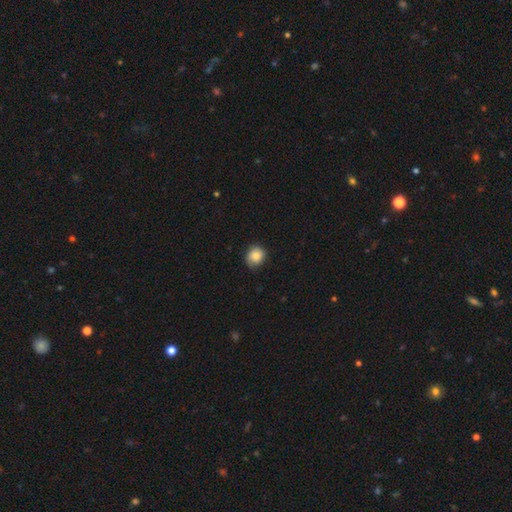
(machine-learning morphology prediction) The model was most divided on "how rounded": round: 74%, in between: 25%, cigar-shaped: 1%. More confident: smooth or featured — smooth (84%); merging — none (76%).